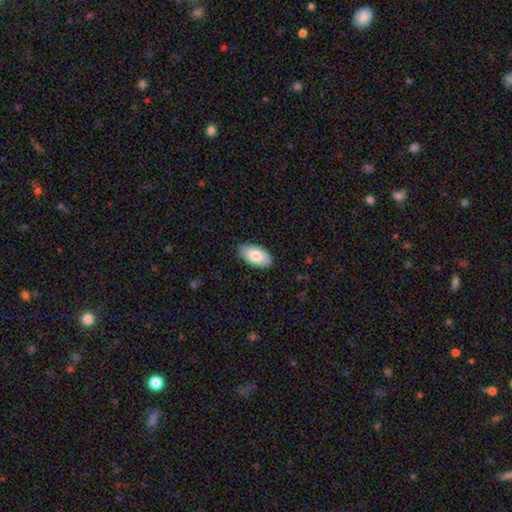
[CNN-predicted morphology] A smooth galaxy with no disk features (81%) that is in between round and cigar-shaped (95%).

Vote fractions:
- Smooth or featured? smooth: 81% / featured or disk: 13% / star or artifact: 6%
- How rounded? in between: 95% / round: 2% / cigar-shaped: 2%
- Merging? none: 87% / minor disturbance: 10% / major disturbance: 2% / merger: 1%